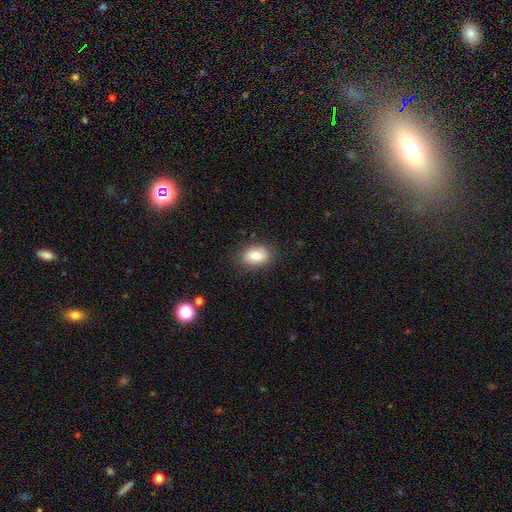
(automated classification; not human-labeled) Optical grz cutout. It shows a smooth galaxy with no disk features (82%) that is in between round and cigar-shaped (74%). Merging: none (85%).